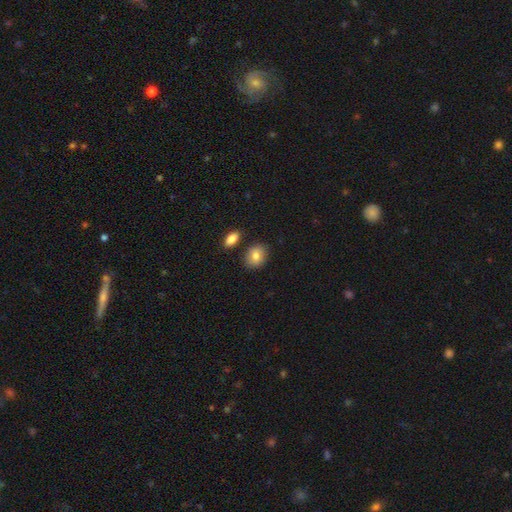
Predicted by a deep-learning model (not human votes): A smooth galaxy with no disk features (82%) that is in between round and cigar-shaped (54%). Merging: none (79%).